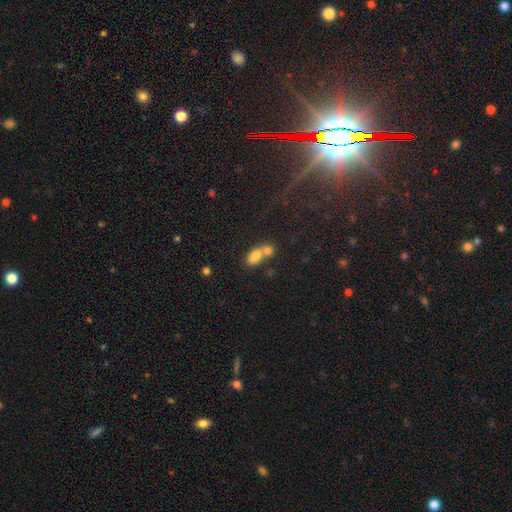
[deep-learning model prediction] The model was most divided on "merging": merger: 64%, none: 25%, minor disturbance: 8%, major disturbance: 4%. More confident: how rounded — in between (78%); smooth or featured — smooth (74%).